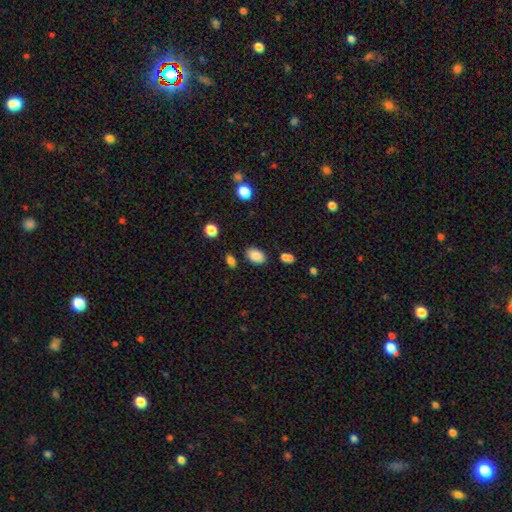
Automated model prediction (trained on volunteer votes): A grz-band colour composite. It shows a smooth galaxy with no disk features (86%) that is in between round and cigar-shaped (87%). Merging: none (80%).